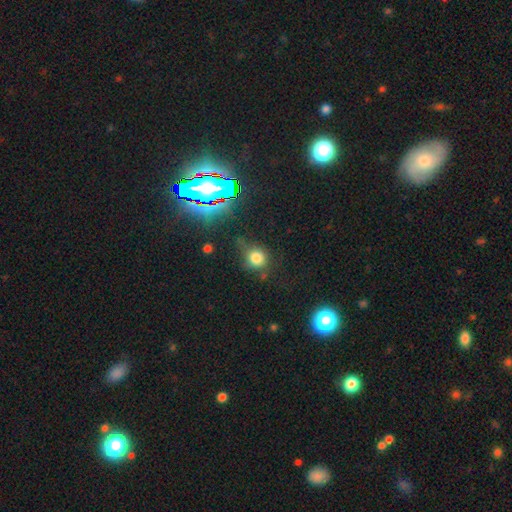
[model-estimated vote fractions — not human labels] Morphology: type=smooth (55%); roundness=round (84%); merging=none (74%).